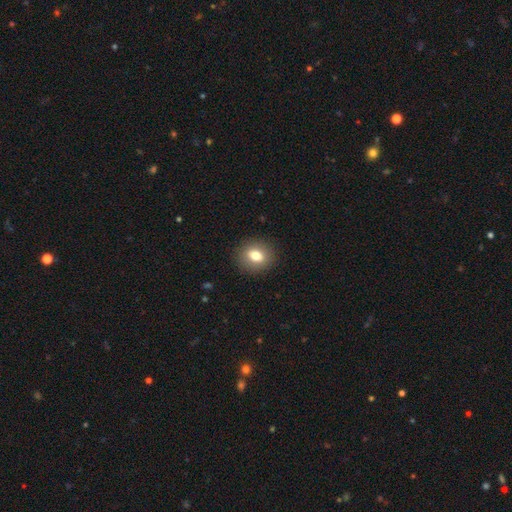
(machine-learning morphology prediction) Smooth or featured? Predicted: smooth (p=0.76). How rounded? Predicted: round (p=0.60). Merging? Predicted: none (p=0.89).